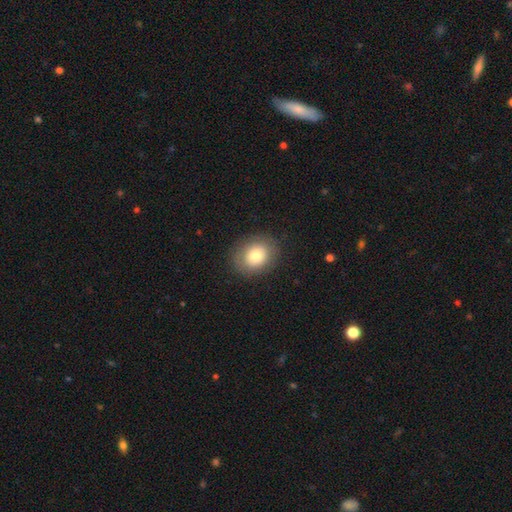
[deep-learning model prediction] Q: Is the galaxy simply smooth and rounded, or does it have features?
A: smooth — 75%.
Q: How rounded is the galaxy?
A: round — 59%.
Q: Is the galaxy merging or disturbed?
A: none — 85%.